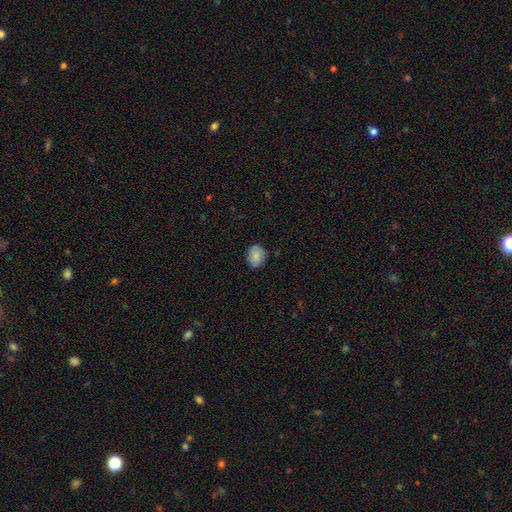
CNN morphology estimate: Smooth or featured?
  - smooth: 83% *
  - featured or disk: 10%
  - star or artifact: 8%
How rounded?
  - round: 57% *
  - in between: 42%
  - cigar-shaped: 1%
Merging?
  - none: 82% *
  - minor disturbance: 14%
  - major disturbance: 3%
  - merger: 1%